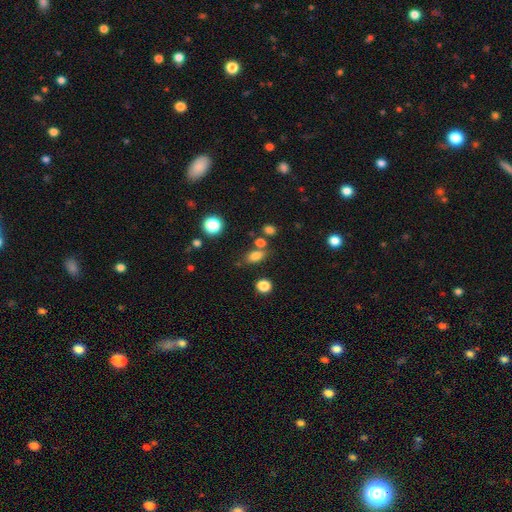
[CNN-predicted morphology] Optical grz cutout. It shows a smooth galaxy with no disk features (78%) that is in between round and cigar-shaped (78%). Merging: none (67%).